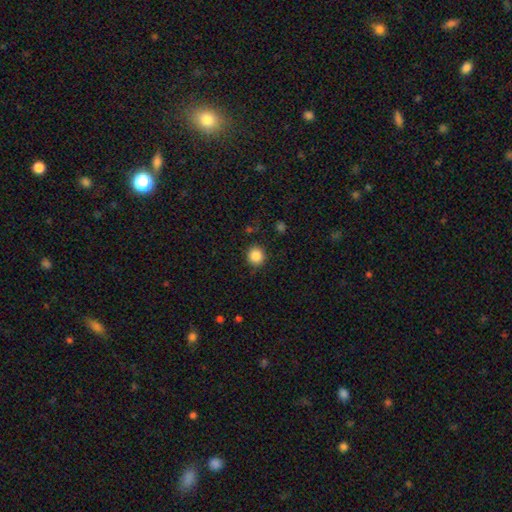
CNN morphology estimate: Smooth or featured?
  - smooth: 86% *
  - star or artifact: 10%
  - featured or disk: 4%
How rounded?
  - round: 90% *
  - in between: 9%
  - cigar-shaped: 1%
Merging?
  - none: 88% *
  - minor disturbance: 8%
  - major disturbance: 3%
  - merger: 2%